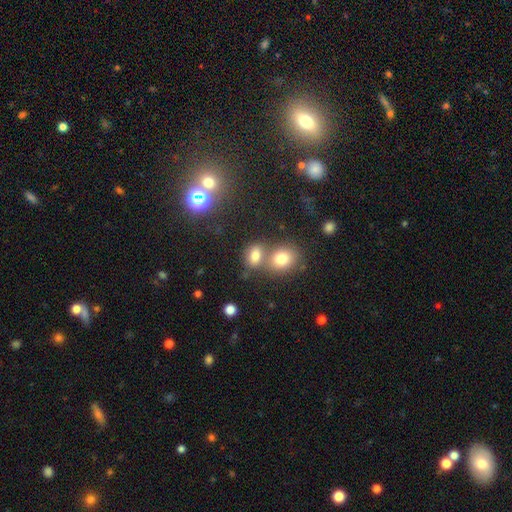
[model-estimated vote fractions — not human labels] Smooth or featured?
  - smooth: 70% *
  - star or artifact: 20%
  - featured or disk: 11%
How rounded?
  - in between: 65% *
  - round: 33%
  - cigar-shaped: 2%
Merging?
  - none: 46% *
  - merger: 41%
  - minor disturbance: 9%
  - major disturbance: 4%